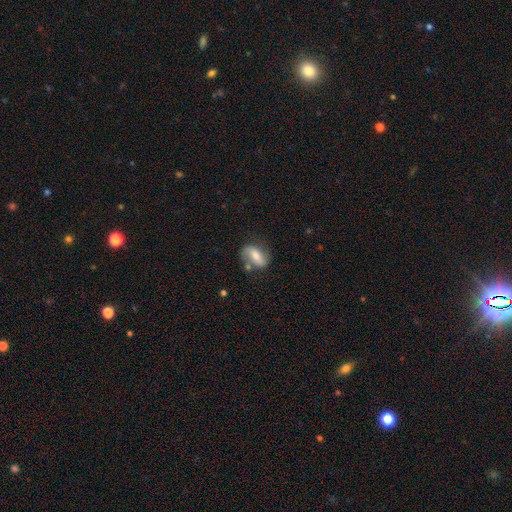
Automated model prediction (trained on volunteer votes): smooth 59%, featured or disk 33%, star or artifact 8%. Down the decision tree: how rounded — in between (80%); merging — none (61%).